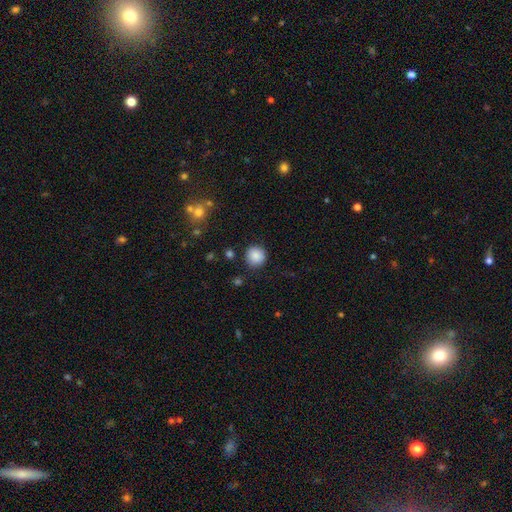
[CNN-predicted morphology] The model was most divided on "smooth or featured": smooth: 86%, star or artifact: 9%, featured or disk: 4%. More confident: how rounded — round (92%); merging — none (87%).